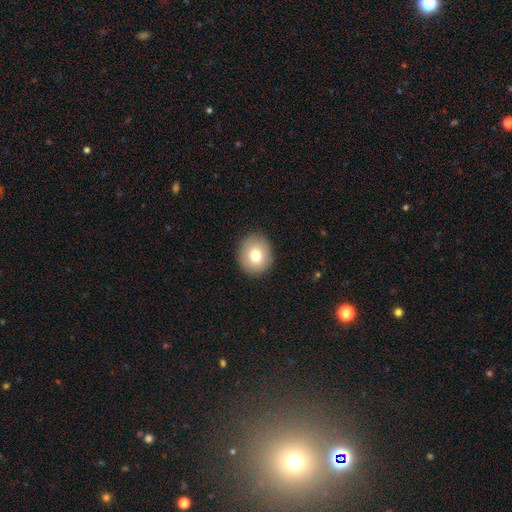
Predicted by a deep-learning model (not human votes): Overall: smooth (75%). How rounded: round (77%). Merging: none (90%).